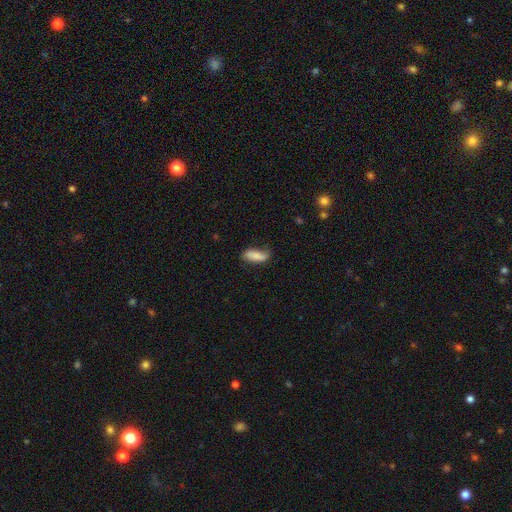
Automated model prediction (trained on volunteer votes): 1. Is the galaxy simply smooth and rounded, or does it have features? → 78% smooth, 16% featured or disk, 7% star or artifact.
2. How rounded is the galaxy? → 68% in between, 30% cigar-shaped, 2% round.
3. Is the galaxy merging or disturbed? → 61% none, 29% minor disturbance, 8% major disturbance, 2% merger.